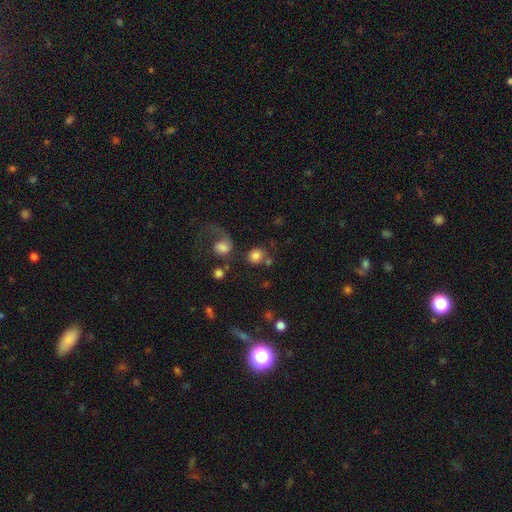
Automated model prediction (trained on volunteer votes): Smooth or featured? smooth (78%)
How rounded? round (82%)
Merging? none (57%)